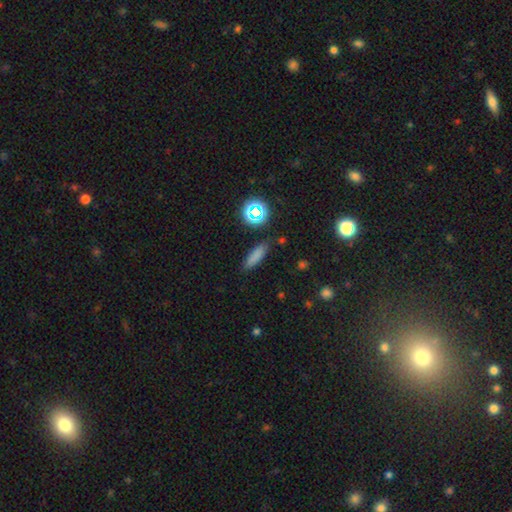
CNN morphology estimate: This is likely a smooth galaxy (76%). How rounded: likely cigar-shaped (62%). Merging: clearly none (82%).